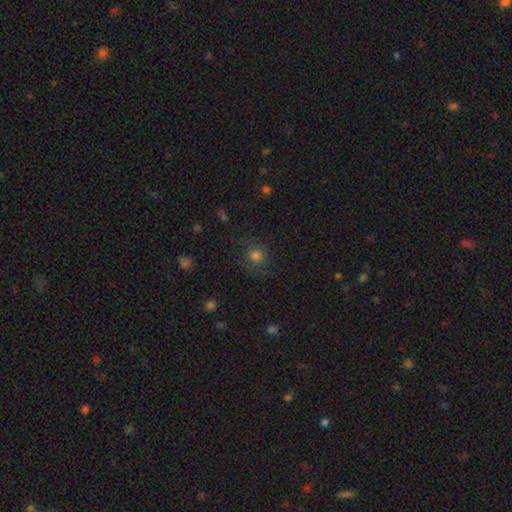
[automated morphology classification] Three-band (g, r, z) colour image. It shows a smooth galaxy with no disk features (65%) that is round (89%). Merging: none (76%).